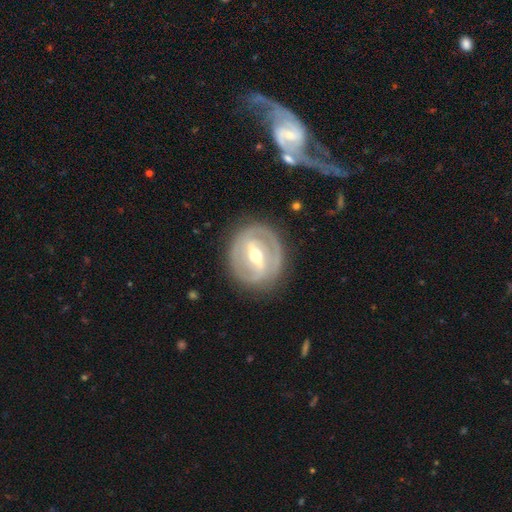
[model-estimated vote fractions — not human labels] Q: Smooth or featured?
A: featured or disk (81%); runner-up: smooth (14%)
Q: Edge-on disk?
A: no (94%); runner-up: yes (6%)
Q: Bar?
A: strong (61%); runner-up: weak (30%)
Q: Spiral arms?
A: yes (72%); runner-up: no (28%)
Q: Spiral winding?
A: tight (58%); runner-up: medium (31%)
Q: Spiral arm count?
A: 2 (70%); runner-up: can't tell (16%)
Q: Bulge size?
A: moderate (67%); runner-up: small (28%)
Q: Merging?
A: none (81%); runner-up: minor disturbance (12%)